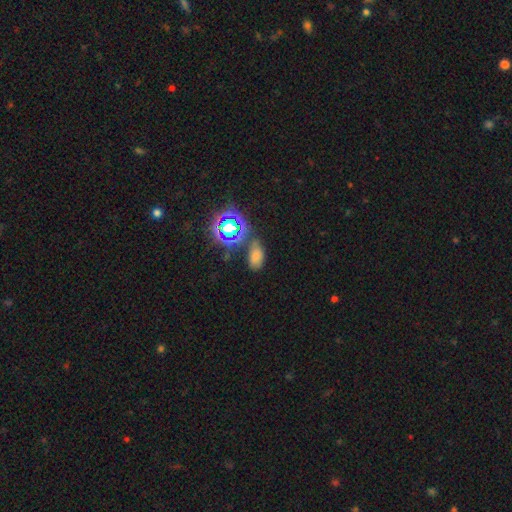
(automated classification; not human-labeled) A smooth galaxy with no disk features (58%) that is in between round and cigar-shaped (89%).

Vote fractions:
- Smooth or featured? smooth: 58% / star or artifact: 32% / featured or disk: 10%
- How rounded? in between: 89% / round: 8% / cigar-shaped: 3%
- Merging? none: 64% / minor disturbance: 20% / merger: 9% / major disturbance: 8%